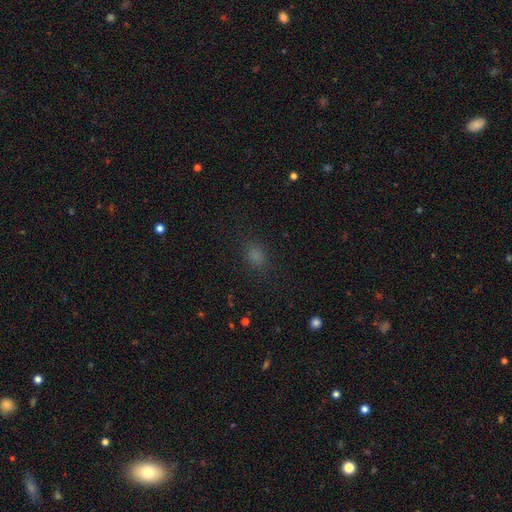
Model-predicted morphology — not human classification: This is likely a smooth galaxy (76%). How rounded: likely in between (61%). Merging: clearly none (81%).